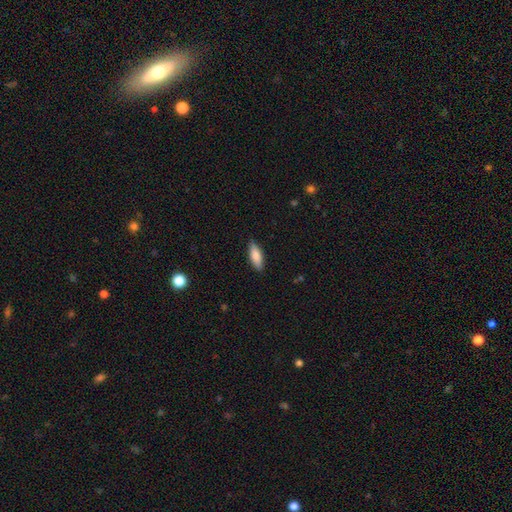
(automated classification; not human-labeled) This appears to be a smooth galaxy with no disk features (81%) that is in between round and cigar-shaped (64%). Merging: none (87%).